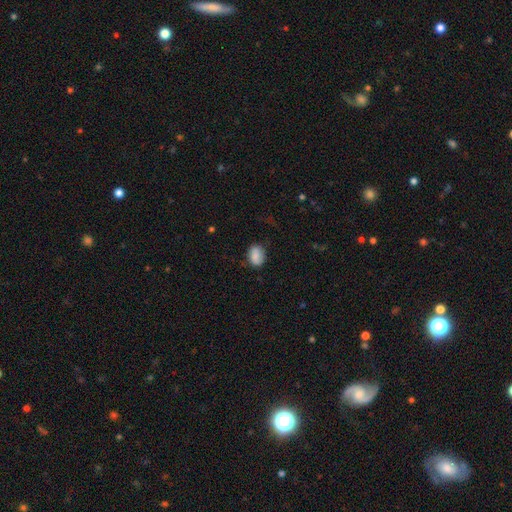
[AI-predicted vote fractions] Q: Smooth or featured?
A: smooth (81%); runner-up: featured or disk (11%)
Q: How rounded?
A: in between (70%); runner-up: round (29%)
Q: Merging?
A: none (73%); runner-up: minor disturbance (20%)